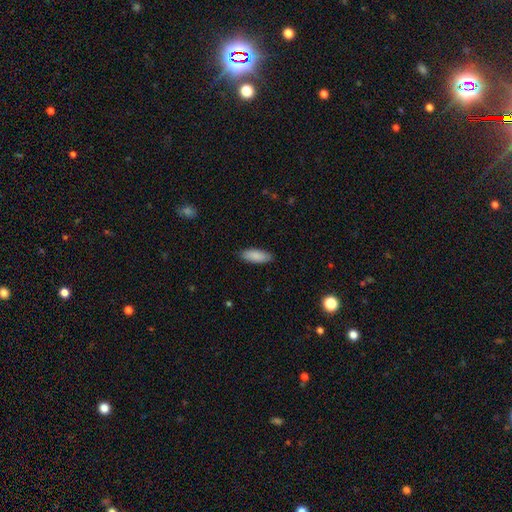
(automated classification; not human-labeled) A smooth galaxy with no disk features (88%) that is in between round and cigar-shaped (71%).

Vote fractions:
- Smooth or featured? smooth: 88% / featured or disk: 6% / star or artifact: 6%
- How rounded? in between: 71% / cigar-shaped: 27% / round: 2%
- Merging? none: 87% / minor disturbance: 10% / major disturbance: 2% / merger: 1%